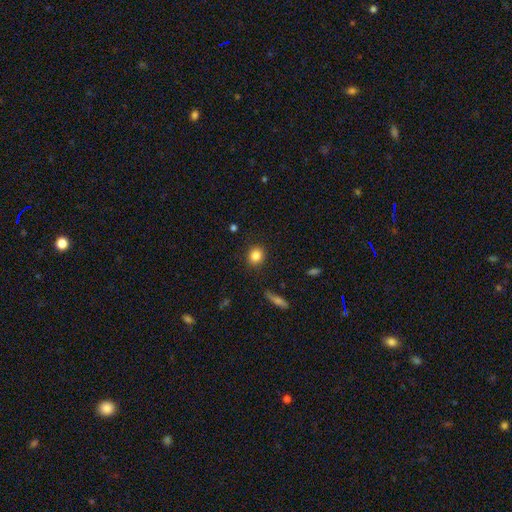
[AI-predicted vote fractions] This is clearly a smooth galaxy (84%). How rounded: clearly round (80%). Merging: clearly none (89%).